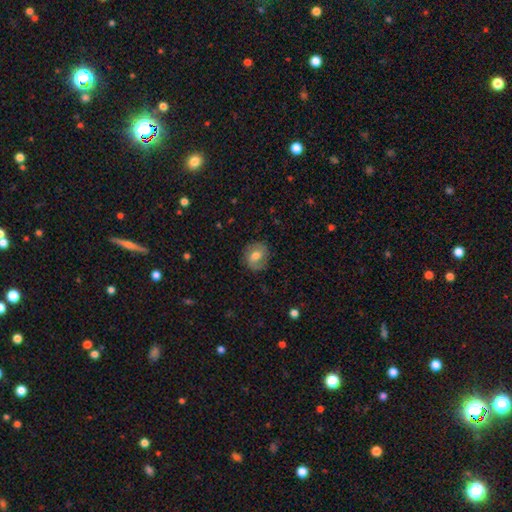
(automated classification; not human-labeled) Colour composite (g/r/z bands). It shows a smooth galaxy with no disk features (58%) that is round (72%). Merging: none (77%).